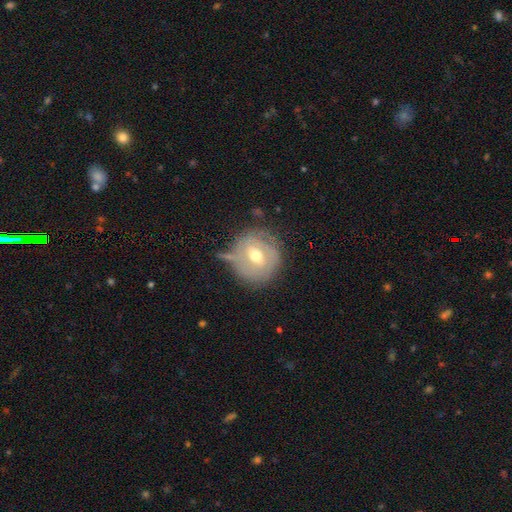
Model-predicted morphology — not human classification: featured or disk 58%, smooth 34%, star or artifact 8%. Down the decision tree: edge-on disk — no (95%); bar — weak (49%); spiral arms — yes (61%); bulge size — moderate (76%); merging — none (63%).